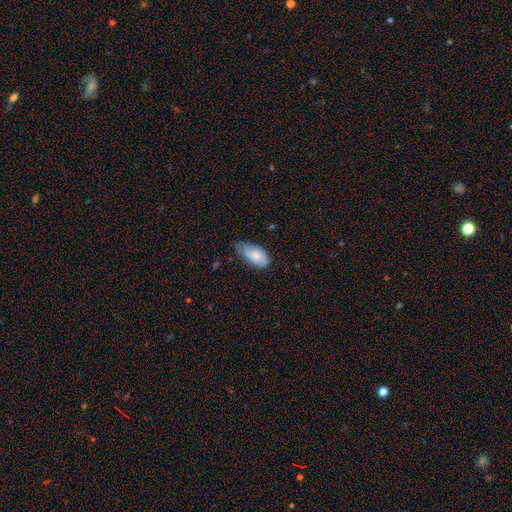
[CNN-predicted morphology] This is likely a smooth galaxy (67%). How rounded: clearly in between (92%). Merging: possibly none (46%).